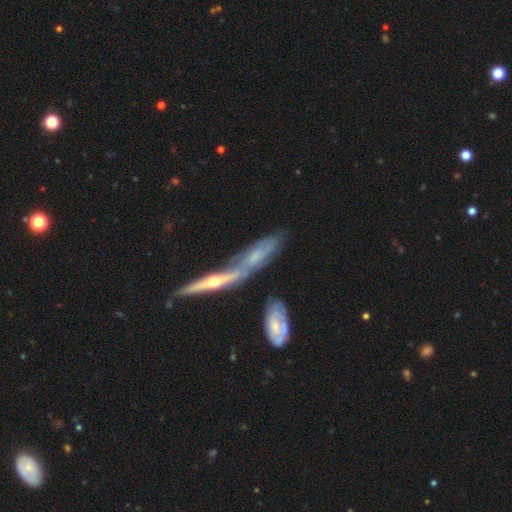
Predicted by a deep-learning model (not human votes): The model was most divided on "merging": none: 41%, merger: 37%, minor disturbance: 15%, major disturbance: 6%. More confident: smooth or featured — featured or disk (65%); edge-on disk — yes (62%).